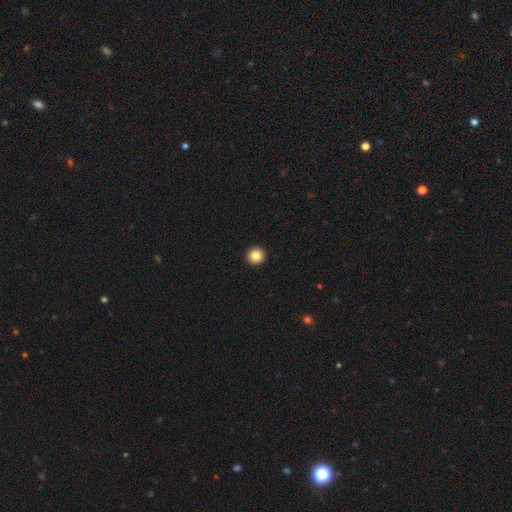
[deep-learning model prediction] smooth 85%, star or artifact 10%, featured or disk 5%. Down the decision tree: how rounded — round (96%); merging — none (94%).